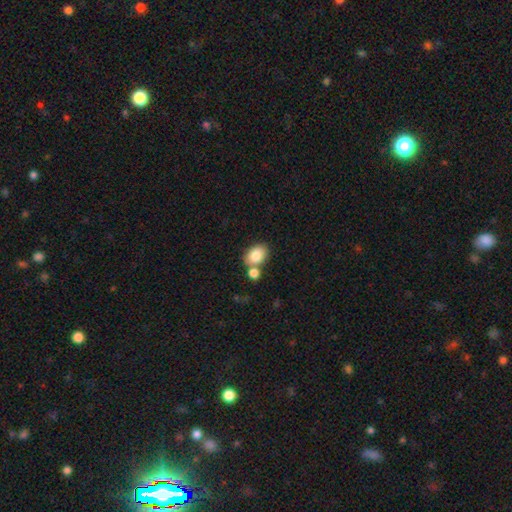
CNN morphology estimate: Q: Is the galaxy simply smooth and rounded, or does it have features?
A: smooth — 84%.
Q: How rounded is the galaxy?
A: in between — 78%.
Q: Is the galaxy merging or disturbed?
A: none — 56%.